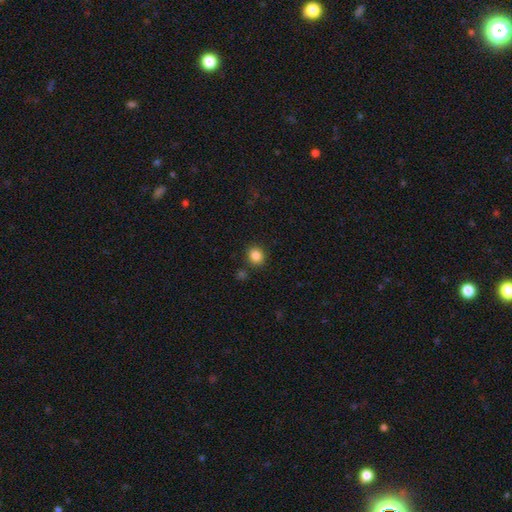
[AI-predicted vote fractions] smooth_or_featured: smooth (p=0.85) [alt: star or artifact p=0.11]
how_rounded: round (p=0.81) [alt: in between p=0.18]
merging: none (p=0.87) [alt: minor disturbance p=0.07]